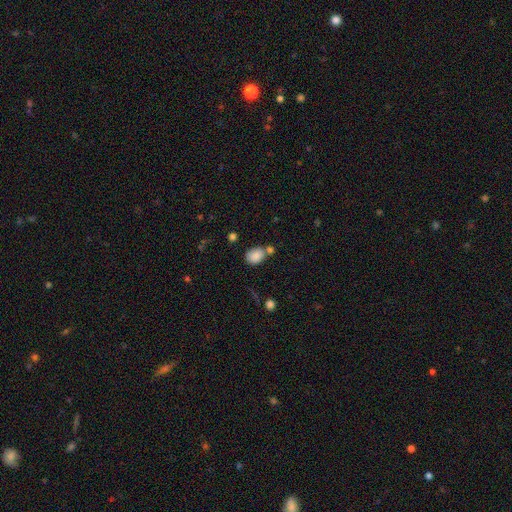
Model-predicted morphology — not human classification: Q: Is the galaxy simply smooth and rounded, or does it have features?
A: smooth — 85%.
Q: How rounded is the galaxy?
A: in between — 68%.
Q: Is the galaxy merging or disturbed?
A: none — 56%.